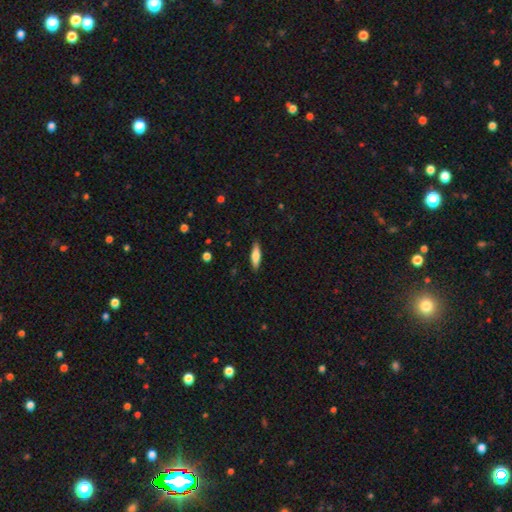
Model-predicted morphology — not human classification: A smooth galaxy with no disk features (72%) that is cigar-shaped (63%).

Vote fractions:
- Smooth or featured? smooth: 72% / featured or disk: 22% / star or artifact: 6%
- How rounded? cigar-shaped: 63% / in between: 35% / round: 2%
- Merging? none: 88% / minor disturbance: 9% / major disturbance: 2% / merger: 1%